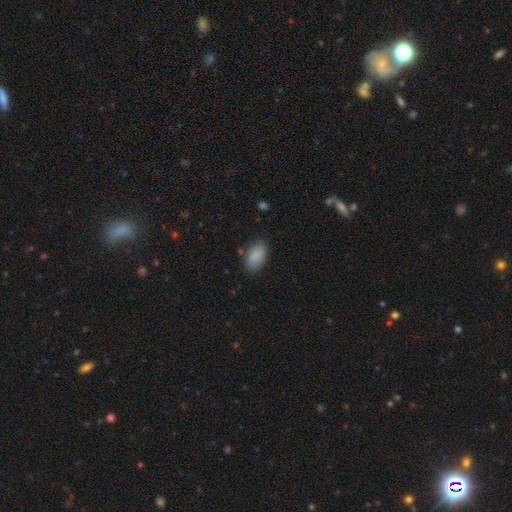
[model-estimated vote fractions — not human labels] Smooth or featured? smooth (89%)
How rounded? in between (93%)
Merging? none (83%)